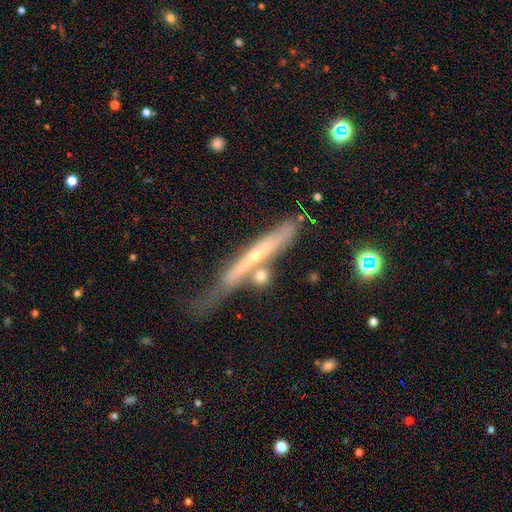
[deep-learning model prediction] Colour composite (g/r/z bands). It shows a featured or disk galaxy (65%) viewed edge-on (90%) with a rounded central bulge (53%). Merging: none (49%).